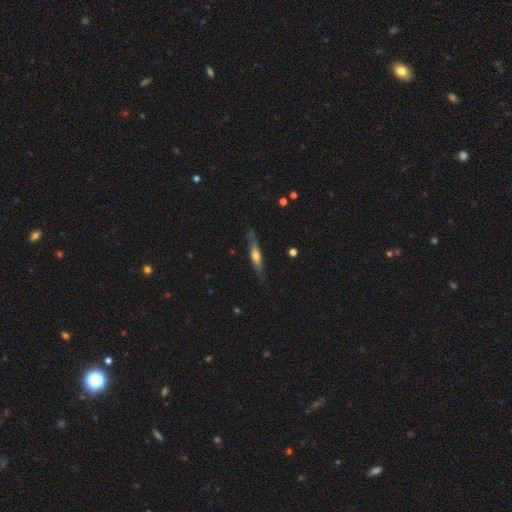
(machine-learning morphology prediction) The model was most divided on "smooth or featured": featured or disk: 54%, smooth: 40%, star or artifact: 6%. More confident: edge-on disk — yes (87%); merging — none (77%).